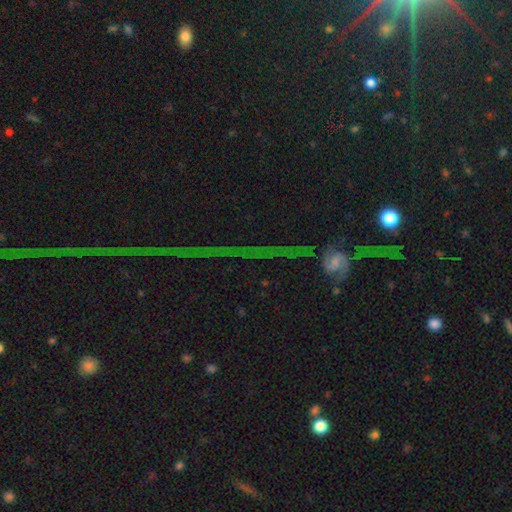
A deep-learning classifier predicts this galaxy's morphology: Q: Smooth or featured?
A: star or artifact (68%); runner-up: featured or disk (20%)